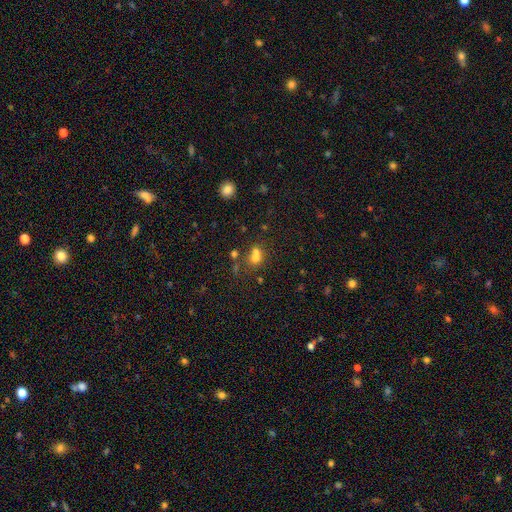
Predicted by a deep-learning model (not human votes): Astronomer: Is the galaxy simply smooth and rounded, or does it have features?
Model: smooth — 65%.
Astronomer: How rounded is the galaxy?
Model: round — 69%.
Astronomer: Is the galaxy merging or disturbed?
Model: merger — 56% (runner-up: none, 33%).